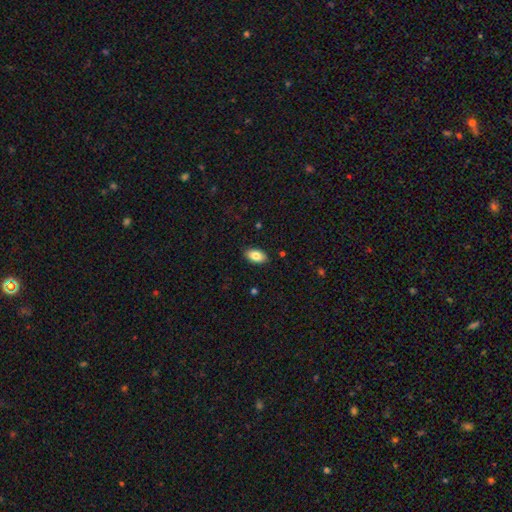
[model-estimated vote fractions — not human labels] Smooth or featured? Predicted: smooth (p=0.83). How rounded? Predicted: in between (p=0.94). Merging? Predicted: none (p=0.89).